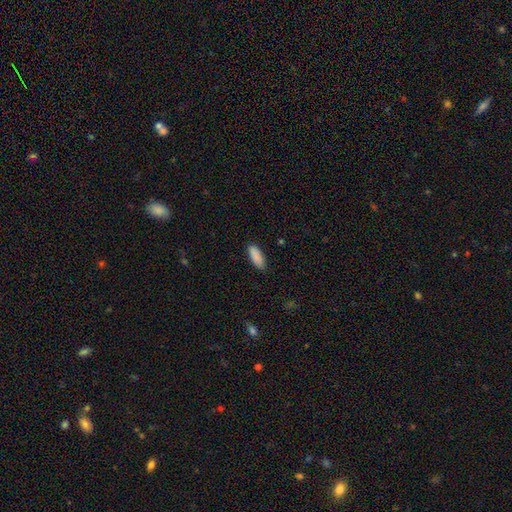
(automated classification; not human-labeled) A smooth galaxy with no disk features (89%) that is in between round and cigar-shaped (74%).

Vote fractions:
- Smooth or featured? smooth: 89% / star or artifact: 7% / featured or disk: 4%
- How rounded? in between: 74% / cigar-shaped: 25% / round: 2%
- Merging? none: 83% / minor disturbance: 14% / major disturbance: 2% / merger: 1%